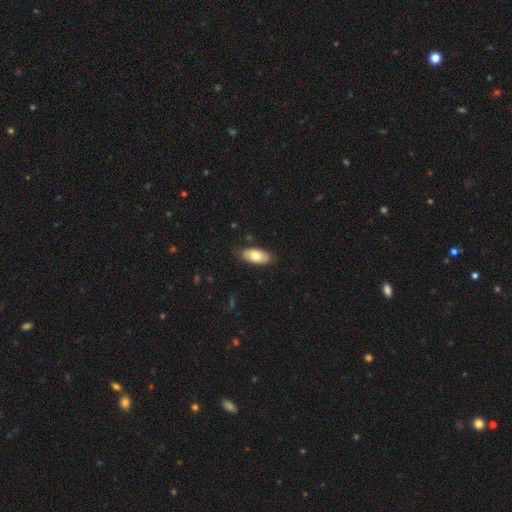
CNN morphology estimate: Smooth or featured: smooth — 72% (featured or disk — 22%)
How rounded: in between — 93% (cigar-shaped — 4%)
Merging: none — 82% (minor disturbance — 15%)